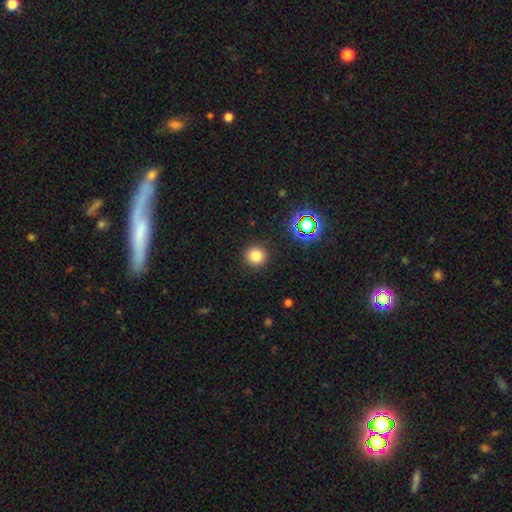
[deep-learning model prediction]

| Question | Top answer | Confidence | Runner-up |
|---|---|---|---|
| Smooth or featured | smooth | 79% | star or artifact (16%) |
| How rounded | round | 94% | in between (5%) |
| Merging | none | 91% | minor disturbance (6%) |